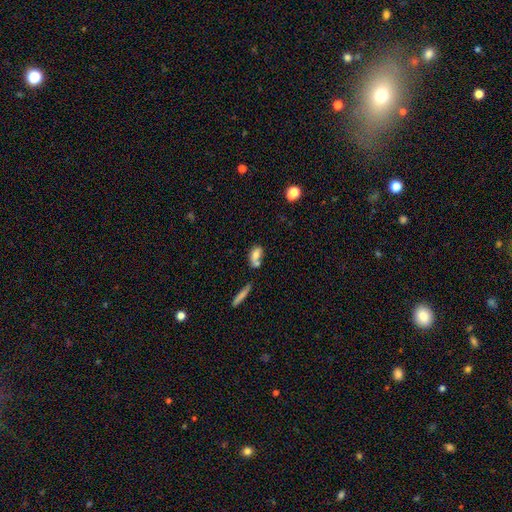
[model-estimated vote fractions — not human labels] This is likely a smooth galaxy (72%). How rounded: likely in between (79%). Merging: marginally merger (38%).